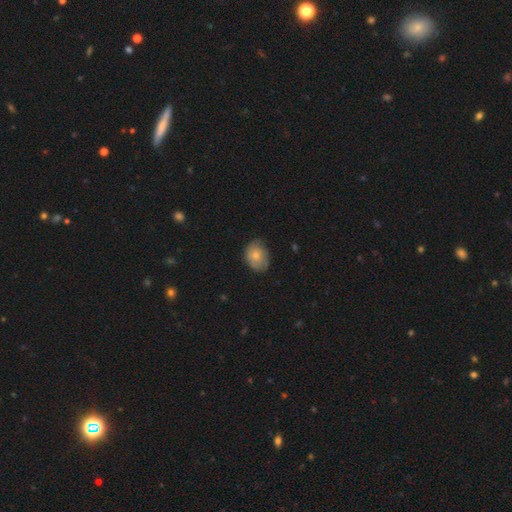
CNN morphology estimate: Smooth or featured?
  - smooth: 70% *
  - featured or disk: 22%
  - star or artifact: 7%
How rounded?
  - in between: 60% *
  - round: 39%
  - cigar-shaped: 1%
Merging?
  - none: 63% *
  - minor disturbance: 30%
  - major disturbance: 6%
  - merger: 1%